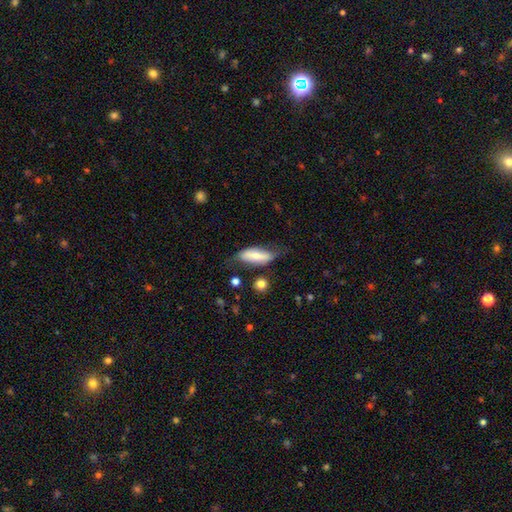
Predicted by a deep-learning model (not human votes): The model was most divided on "smooth or featured": smooth: 55%, featured or disk: 38%, star or artifact: 6%. More confident: how rounded — in between (70%); merging — none (54%).